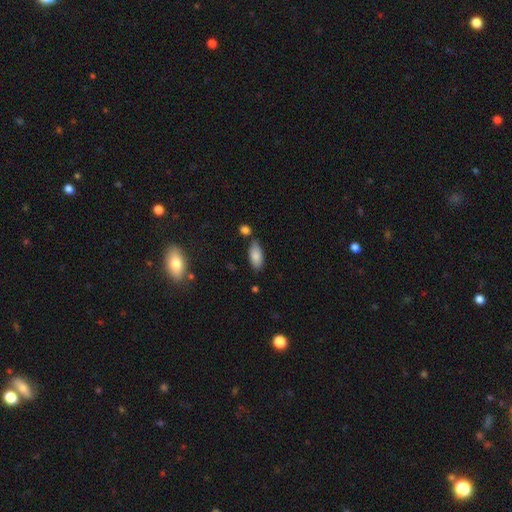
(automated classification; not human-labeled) A smooth galaxy with no disk features (85%) that is in between round and cigar-shaped (87%).

Vote fractions:
- Smooth or featured? smooth: 85% / featured or disk: 8% / star or artifact: 7%
- How rounded? in between: 87% / cigar-shaped: 11% / round: 2%
- Merging? none: 74% / minor disturbance: 15% / merger: 8% / major disturbance: 3%